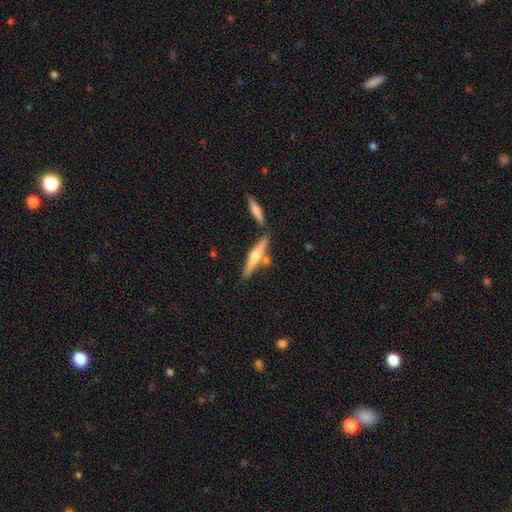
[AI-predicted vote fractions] This is possibly a featured or disk galaxy (56%). It is clearly viewed edge-on (95%). Edge-on bulge: clearly rounded (88%). Merging: likely none (71%).